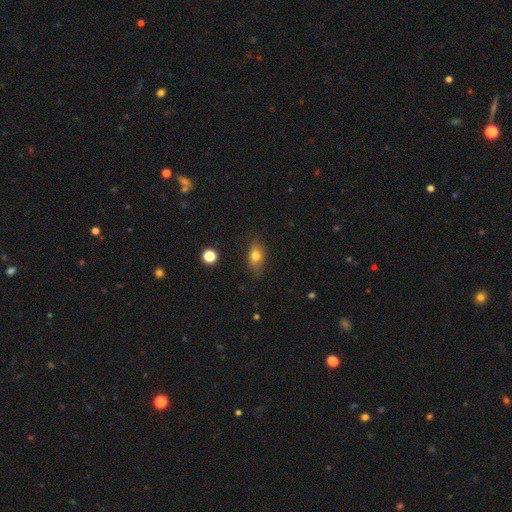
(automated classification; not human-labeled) Smooth or featured: smooth — 75% (featured or disk — 15%)
How rounded: in between — 76% (round — 18%)
Merging: none — 76% (minor disturbance — 18%)